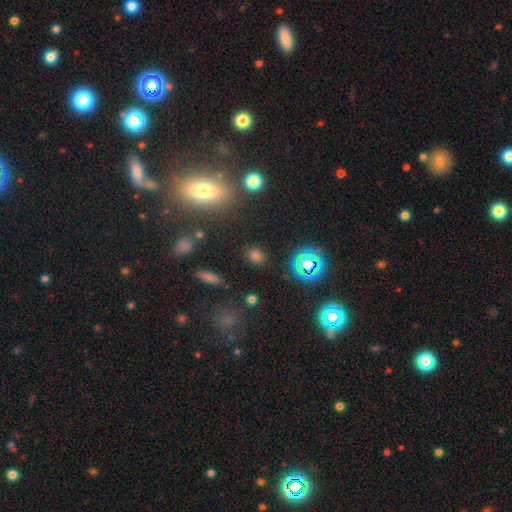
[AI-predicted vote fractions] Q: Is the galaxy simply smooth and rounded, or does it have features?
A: smooth — 62%.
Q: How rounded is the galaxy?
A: in between — 54%.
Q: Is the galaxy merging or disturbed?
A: none — 83%.